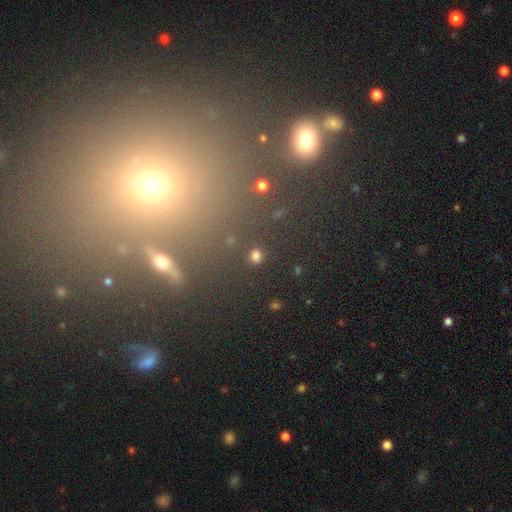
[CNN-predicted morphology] This is likely a smooth galaxy (77%). How rounded: clearly round (85%). Merging: clearly none (87%).